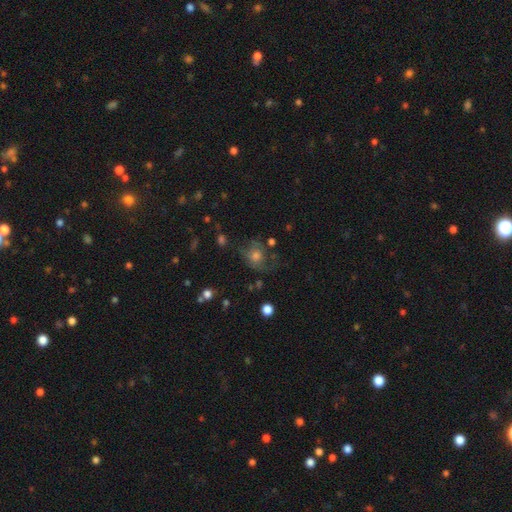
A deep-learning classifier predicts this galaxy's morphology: The model was most divided on "smooth or featured": smooth: 48%, featured or disk: 35%, star or artifact: 17%. Remaining: merging — none (47%).